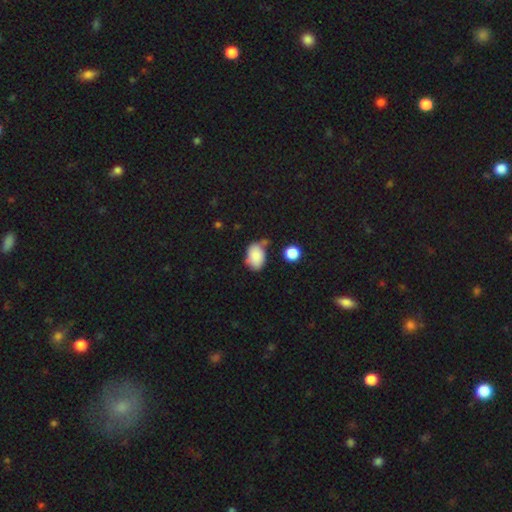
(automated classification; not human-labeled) Q: Smooth or featured?
A: smooth (83%); runner-up: featured or disk (8%)
Q: How rounded?
A: in between (82%); runner-up: round (17%)
Q: Merging?
A: none (53%); runner-up: minor disturbance (27%)